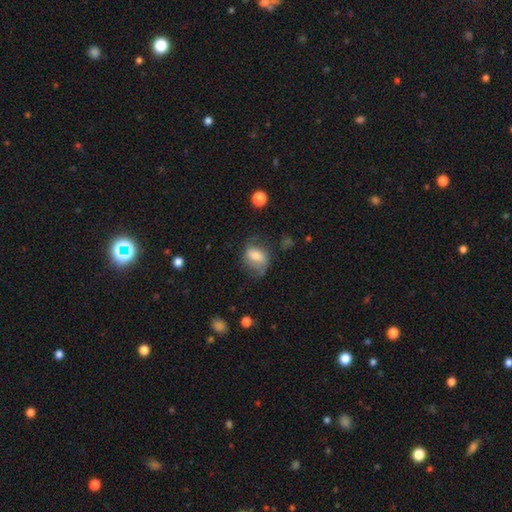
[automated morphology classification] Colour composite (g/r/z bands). It shows a smooth galaxy with no disk features (55%) that is in between round and cigar-shaped (71%). Merging: none (45%).